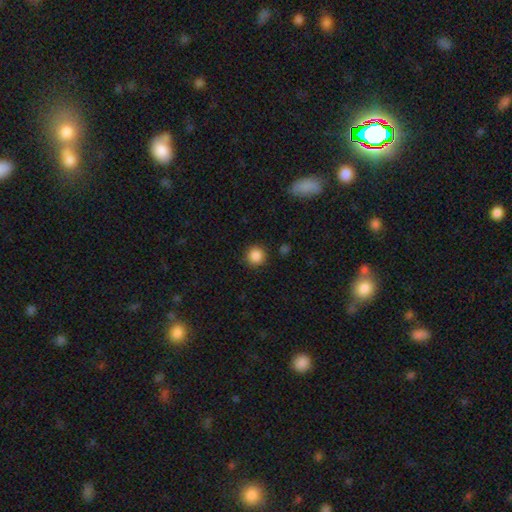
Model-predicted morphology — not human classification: type=smooth (87%); roundness=round (94%); merging=none (90%).